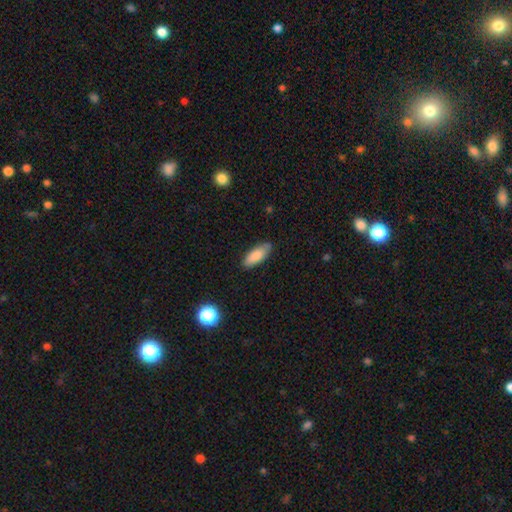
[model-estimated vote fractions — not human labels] Morphology: type=smooth (83%); roundness=in between (79%); merging=none (81%).